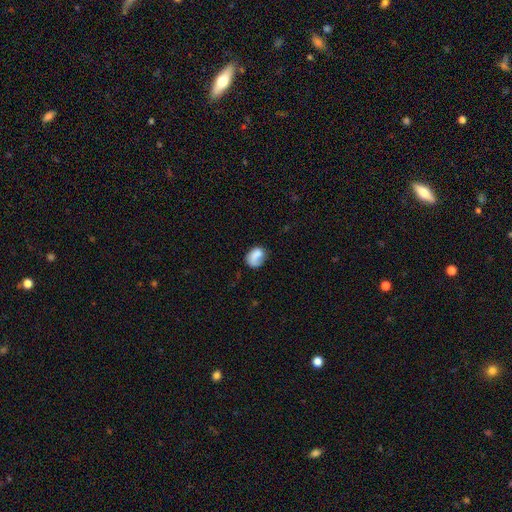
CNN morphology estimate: smooth-or-featured: smooth: 68% | featured or disk: 24% | star or artifact: 8%
  how-rounded: in between: 67% | round: 31% | cigar-shaped: 1%
  merging: none: 50% | minor disturbance: 26% | major disturbance: 20% | merger: 5%